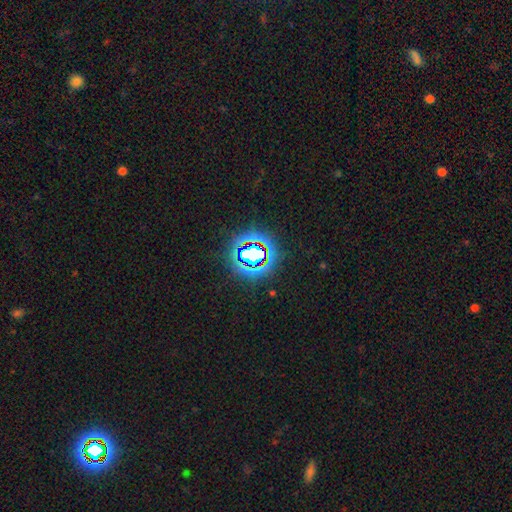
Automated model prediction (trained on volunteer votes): Smooth or featured? star or artifact (73%)